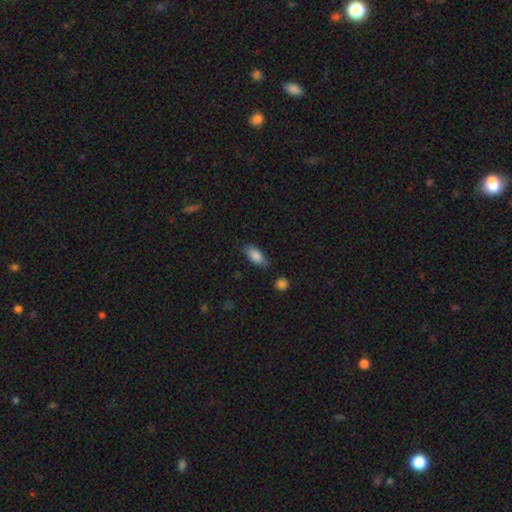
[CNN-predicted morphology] Smooth or featured? Predicted: smooth (p=0.86). How rounded? Predicted: in between (p=0.88). Merging? Predicted: none (p=0.76).